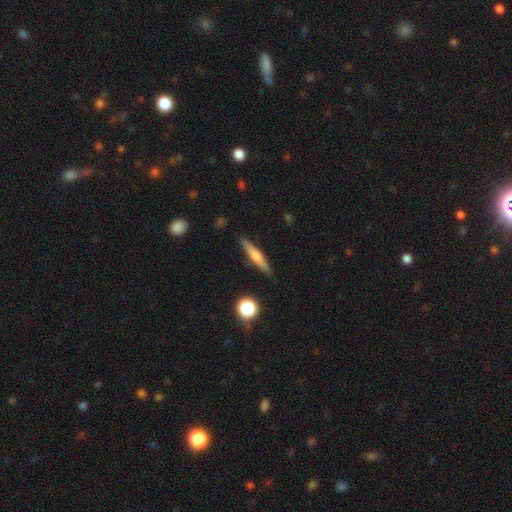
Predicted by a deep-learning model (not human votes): Morphology: type=smooth (54%); roundness=cigar-shaped (89%); merging=none (87%).